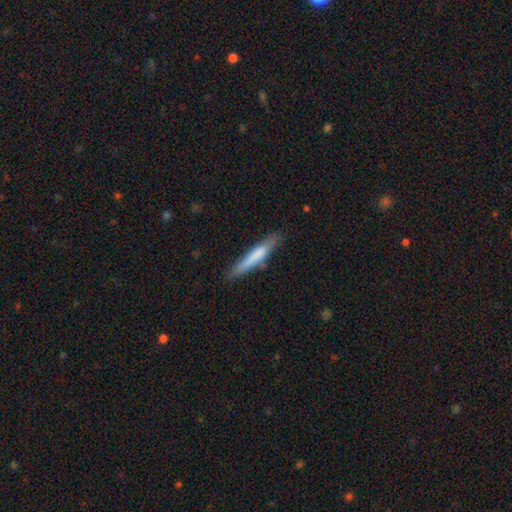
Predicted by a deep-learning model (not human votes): Smooth or featured: smooth — 68% (featured or disk — 27%)
How rounded: cigar-shaped — 93% (in between — 5%)
Merging: none — 83% (minor disturbance — 12%)